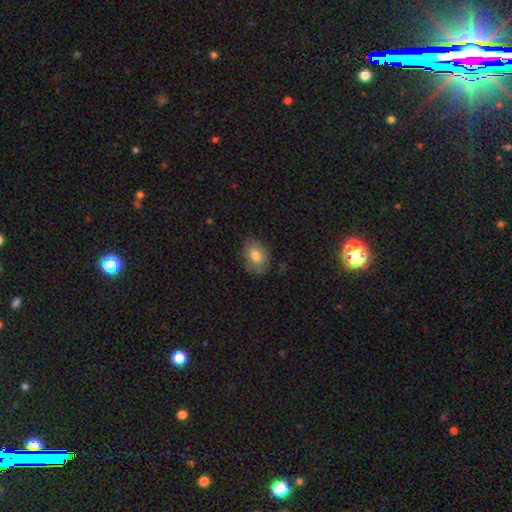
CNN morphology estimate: A smooth galaxy with no disk features (77%) that is in between round and cigar-shaped (78%). Merging: none (78%).